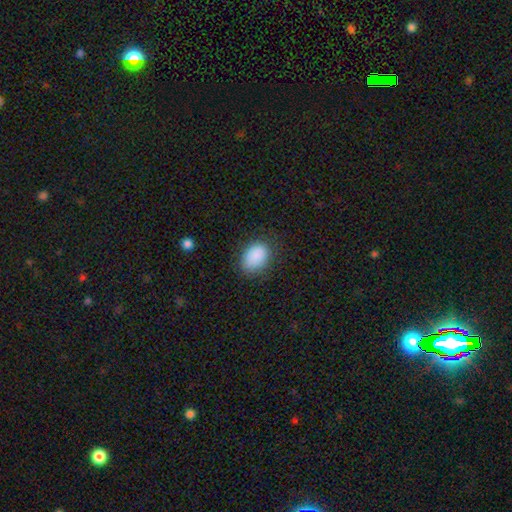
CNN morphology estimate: smooth-or-featured: smooth: 88% | star or artifact: 8% | featured or disk: 4%
  how-rounded: in between: 78% | round: 21% | cigar-shaped: 1%
  merging: none: 78% | minor disturbance: 16% | major disturbance: 5% | merger: 1%